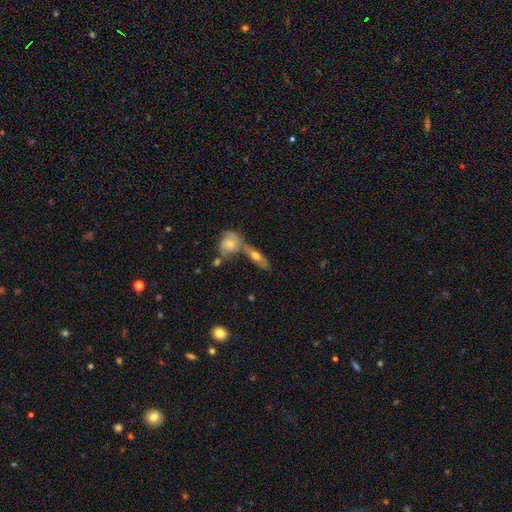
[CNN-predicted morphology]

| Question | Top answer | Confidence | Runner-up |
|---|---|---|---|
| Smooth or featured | featured or disk | 49% | smooth (44%) |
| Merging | none | 43% | merger (38%) |